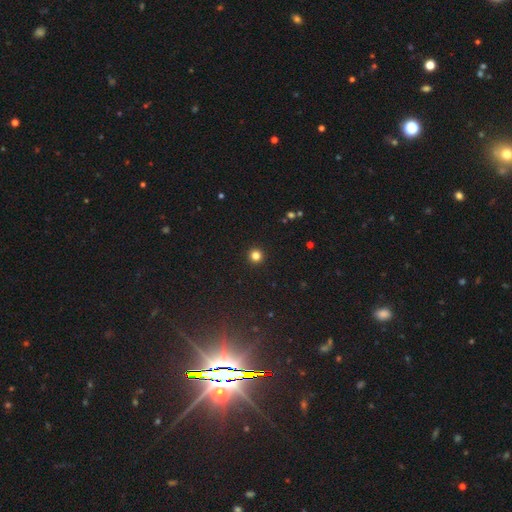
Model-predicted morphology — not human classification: The model was most divided on "smooth or featured": smooth: 83%, star or artifact: 13%, featured or disk: 4%. More confident: how rounded — round (96%); merging — none (94%).